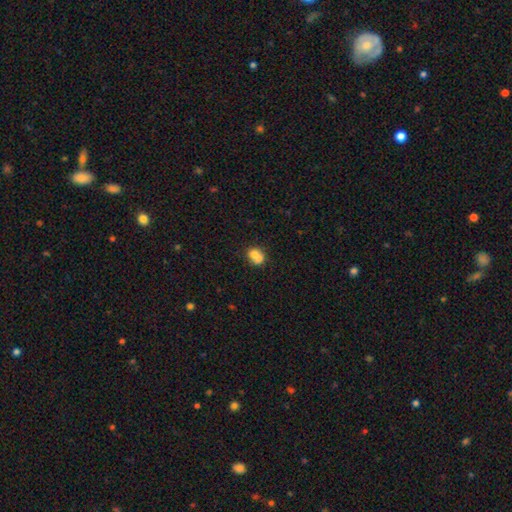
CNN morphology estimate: Q: Smooth or featured?
A: smooth (69%); runner-up: featured or disk (20%)
Q: How rounded?
A: round (64%); runner-up: in between (35%)
Q: Merging?
A: merger (60%); runner-up: none (28%)